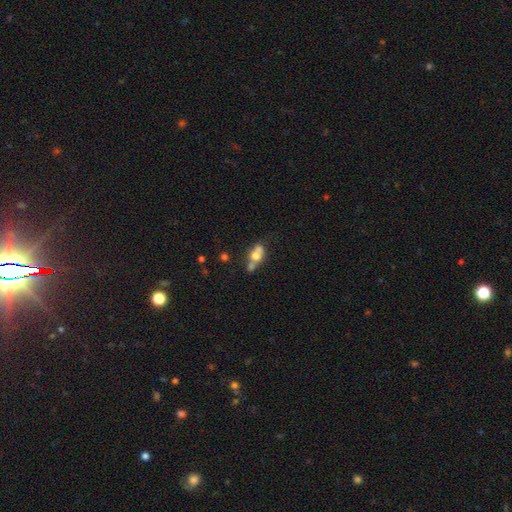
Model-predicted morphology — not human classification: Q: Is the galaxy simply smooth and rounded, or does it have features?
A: smooth — 57%.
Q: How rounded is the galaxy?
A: in between — 50%.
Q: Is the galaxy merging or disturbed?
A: merger — 48%.